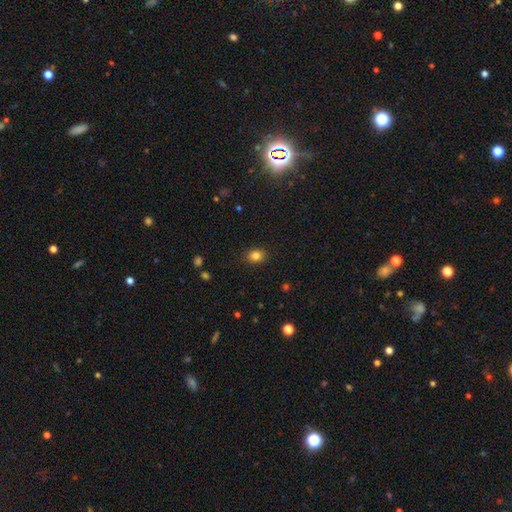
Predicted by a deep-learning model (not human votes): A smooth galaxy with no disk features (83%) that is round (55%). Merging: none (89%).